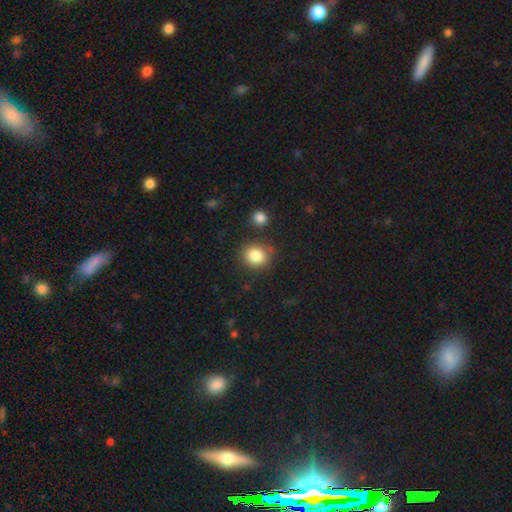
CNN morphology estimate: Smooth or featured? smooth (84%)
How rounded? round (71%)
Merging? none (80%)